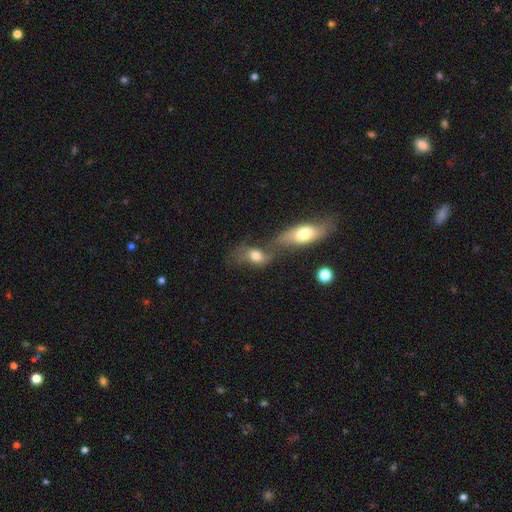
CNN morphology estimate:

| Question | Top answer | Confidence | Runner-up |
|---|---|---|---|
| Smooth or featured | smooth | 63% | featured or disk (27%) |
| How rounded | in between | 79% | round (16%) |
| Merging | merger | 58% | none (21%) |